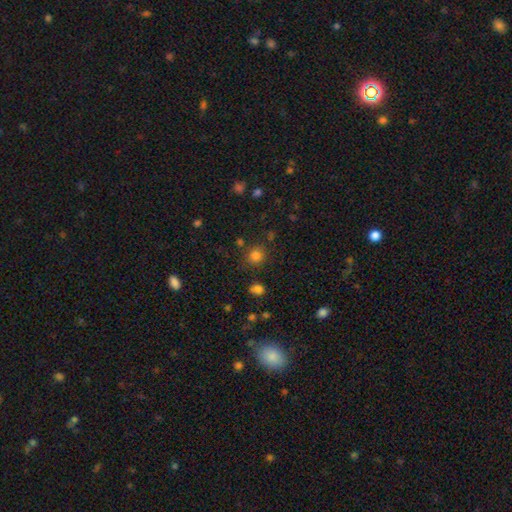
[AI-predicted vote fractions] This appears to be a smooth galaxy with no disk features (80%) that is round (87%). Merging: none (82%).